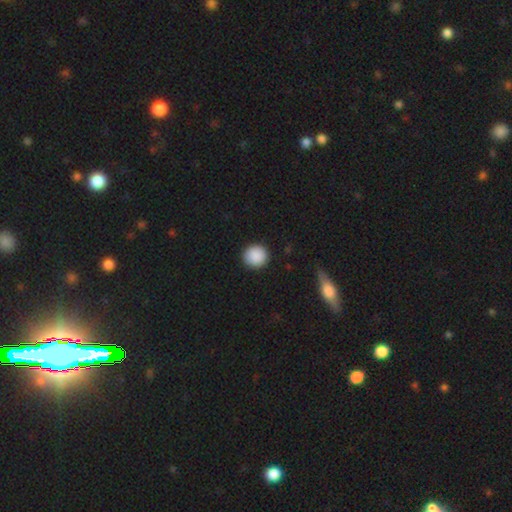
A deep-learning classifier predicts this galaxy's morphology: smooth-or-featured: smooth: 90% | star or artifact: 7% | featured or disk: 3%
  how-rounded: round: 92% | in between: 7% | cigar-shaped: 1%
  merging: none: 90% | minor disturbance: 7% | major disturbance: 2% | merger: 1%